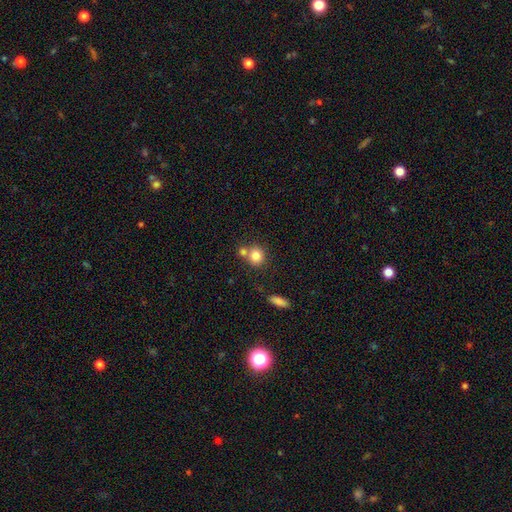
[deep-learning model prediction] This is clearly a smooth galaxy (81%). How rounded: clearly round (84%). Merging: possibly none (54%).